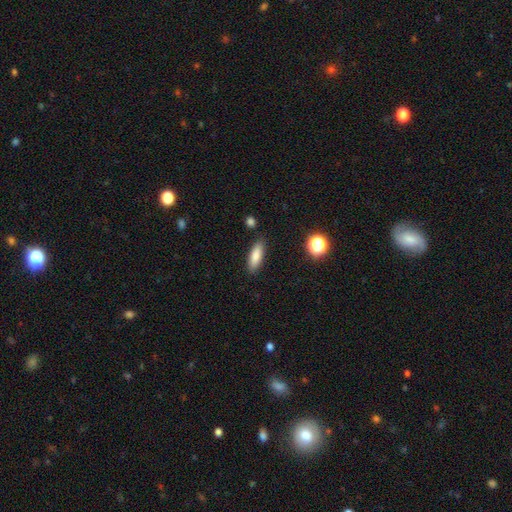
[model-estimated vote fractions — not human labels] A smooth galaxy with no disk features (83%) that is in between round and cigar-shaped (56%).

Vote fractions:
- Smooth or featured? smooth: 83% / featured or disk: 9% / star or artifact: 8%
- How rounded? in between: 56% / cigar-shaped: 41% / round: 2%
- Merging? none: 87% / minor disturbance: 9% / major disturbance: 2% / merger: 2%